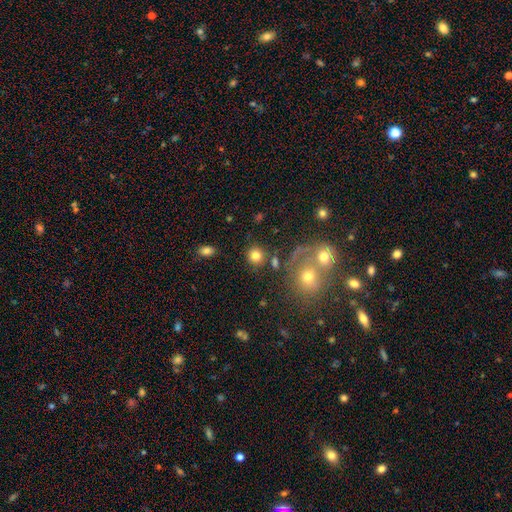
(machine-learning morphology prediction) smooth_or_featured: smooth (p=0.80) [alt: star or artifact p=0.11]
how_rounded: round (p=0.87) [alt: in between p=0.12]
merging: none (p=0.77) [alt: merger p=0.09]